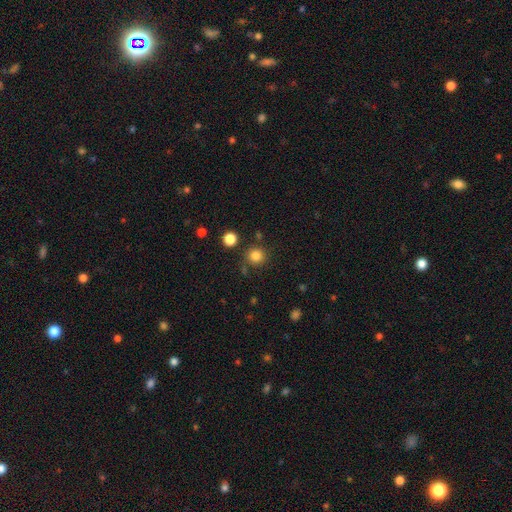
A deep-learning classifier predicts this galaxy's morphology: smooth-or-featured: smooth: 83% | star or artifact: 13% | featured or disk: 5%
  how-rounded: round: 93% | in between: 6% | cigar-shaped: 1%
  merging: none: 81% | minor disturbance: 9% | merger: 6% | major disturbance: 4%